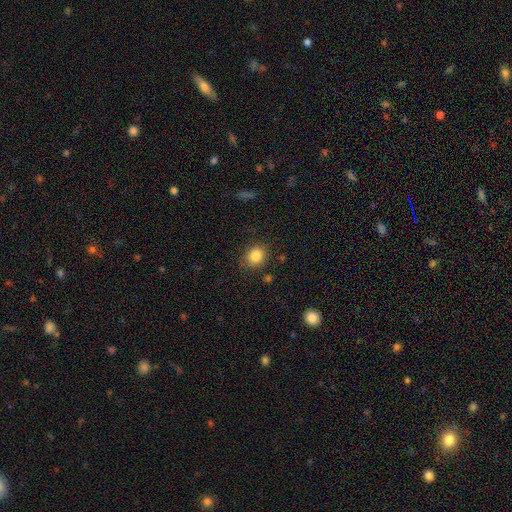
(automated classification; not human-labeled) Smooth or featured? smooth (85%)
How rounded? round (72%)
Merging? none (83%)